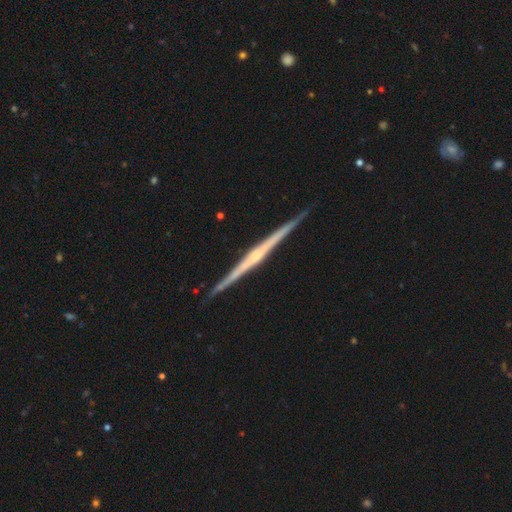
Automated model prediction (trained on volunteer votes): smooth_or_featured: featured or disk (p=0.85) [alt: smooth p=0.11]
disk_edge_on: yes (p=0.99) [alt: no p=0.01]
edge_on_bulge: rounded (p=0.47) [alt: none p=0.38]
merging: none (p=0.92) [alt: minor disturbance p=0.06]